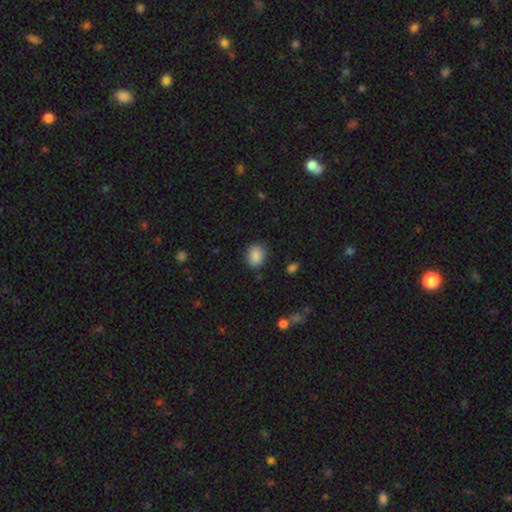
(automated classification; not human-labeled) Smooth or featured: smooth — 88% (star or artifact — 8%)
How rounded: in between — 55% (round — 44%)
Merging: none — 84% (minor disturbance — 12%)